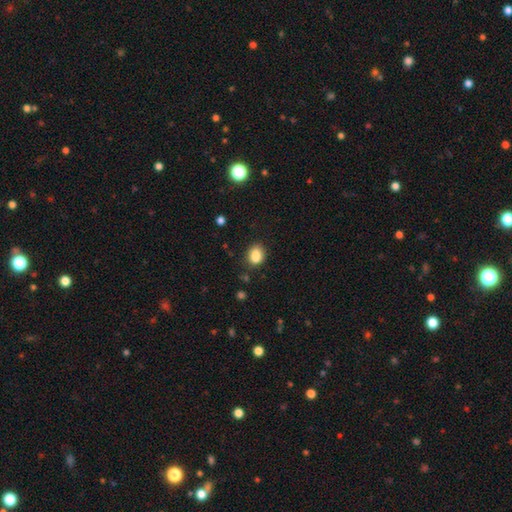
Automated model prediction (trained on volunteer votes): smooth-or-featured: smooth: 85% | star or artifact: 10% | featured or disk: 5%
  how-rounded: in between: 58% | round: 41% | cigar-shaped: 1%
  merging: none: 77% | minor disturbance: 15% | major disturbance: 4% | merger: 4%